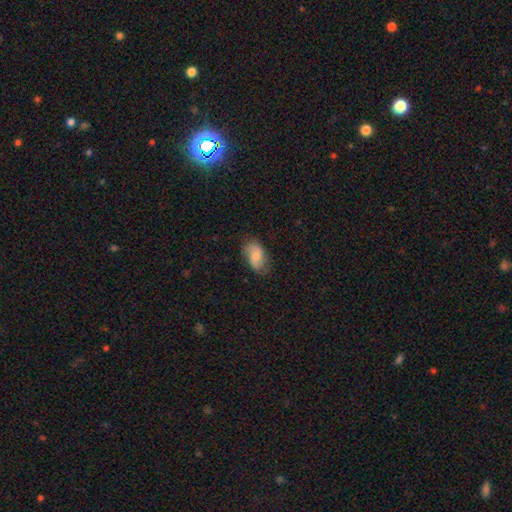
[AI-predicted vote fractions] smooth-or-featured: smooth: 67% | featured or disk: 26% | star or artifact: 7%
  how-rounded: in between: 91% | round: 7% | cigar-shaped: 2%
  merging: none: 68% | minor disturbance: 24% | major disturbance: 6% | merger: 1%